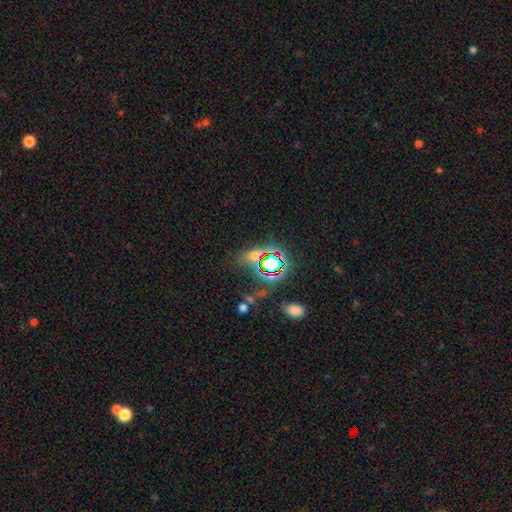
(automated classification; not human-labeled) Smooth or featured? Predicted: star or artifact (p=0.55).